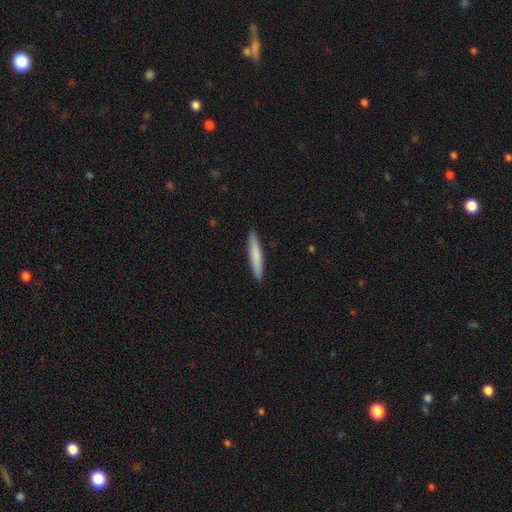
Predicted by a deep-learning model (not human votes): This is likely a smooth galaxy (76%). How rounded: clearly cigar-shaped (94%). Merging: clearly none (92%).